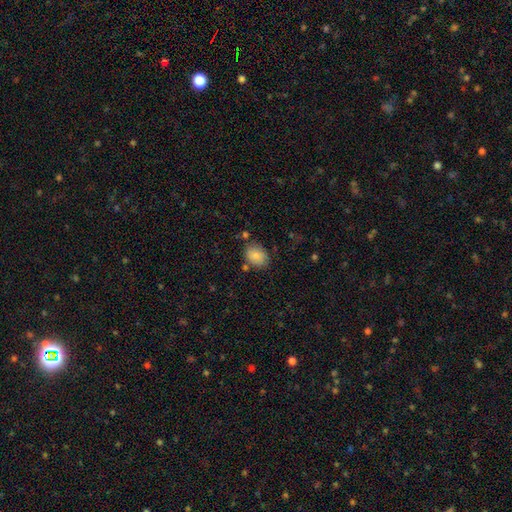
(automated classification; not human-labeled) A smooth galaxy with no disk features (86%) that is in between round and cigar-shaped (69%).

Vote fractions:
- Smooth or featured? smooth: 86% / star or artifact: 7% / featured or disk: 6%
- How rounded? in between: 69% / round: 30% / cigar-shaped: 1%
- Merging? none: 75% / minor disturbance: 15% / merger: 6% / major disturbance: 4%